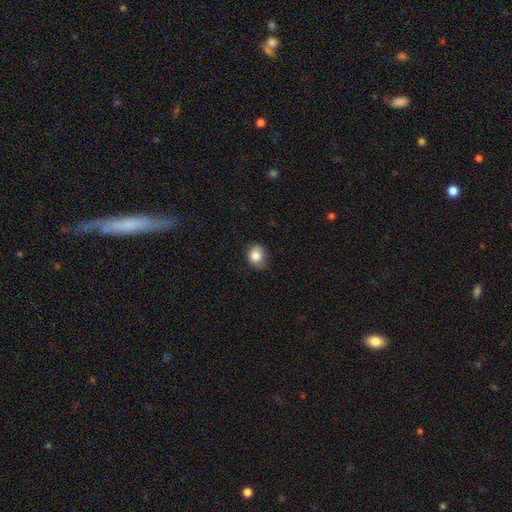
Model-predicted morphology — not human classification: This appears to be a smooth galaxy with no disk features (85%) that is round (63%). Merging: none (63%).